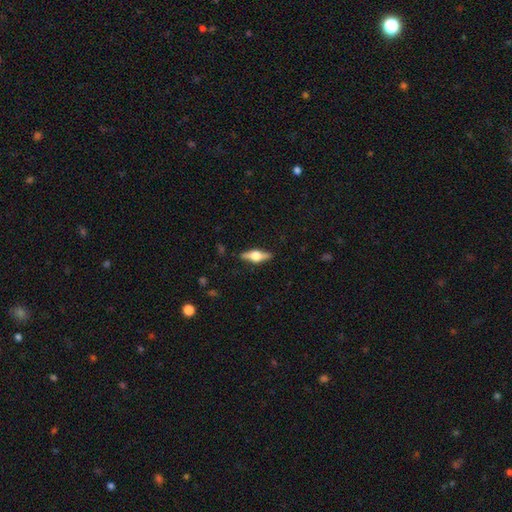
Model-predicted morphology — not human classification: A featured or disk galaxy (66%) viewed edge-on (96%) with a rounded central bulge (94%).

Vote fractions:
- Smooth or featured? featured or disk: 66% / smooth: 27% / star or artifact: 6%
- Edge-on disk? yes: 96% / no: 4%
- Edge-on bulge? rounded: 94% / boxy: 5% / none: 1%
- Merging? none: 88% / minor disturbance: 9% / major disturbance: 2% / merger: 1%